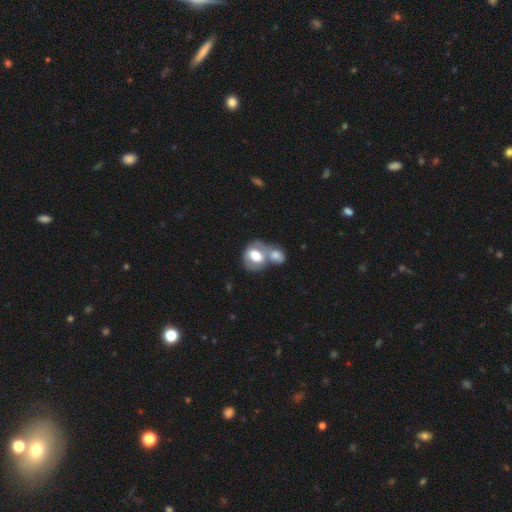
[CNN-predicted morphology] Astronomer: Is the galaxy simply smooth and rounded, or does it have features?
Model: smooth — 61%.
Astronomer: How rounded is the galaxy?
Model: in between — 52% (runner-up: round, 47%).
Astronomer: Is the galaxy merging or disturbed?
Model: merger — 63%.